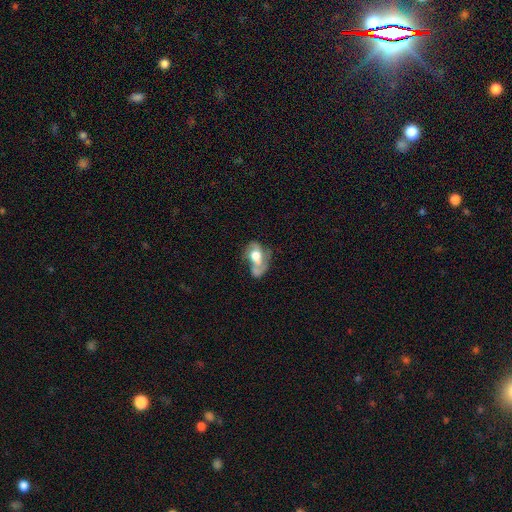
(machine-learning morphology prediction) This appears to be a featured or disk galaxy (55%) with no bar (75%), spiral arms (56%) and a large central bulge (47%). Merging: major disturbance (34%).